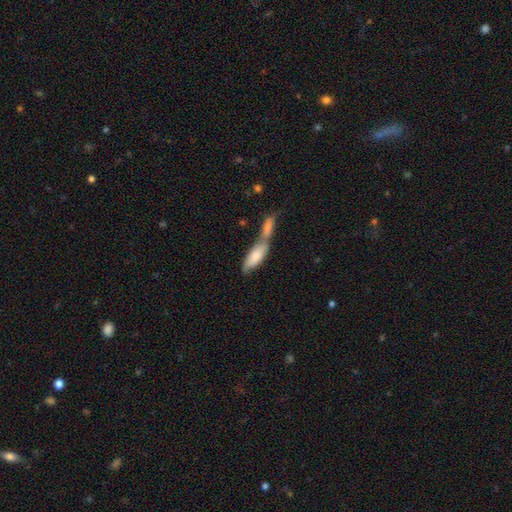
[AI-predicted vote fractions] A smooth galaxy with no disk features (75%) that is in between round and cigar-shaped (67%). Merging: merger (64%).